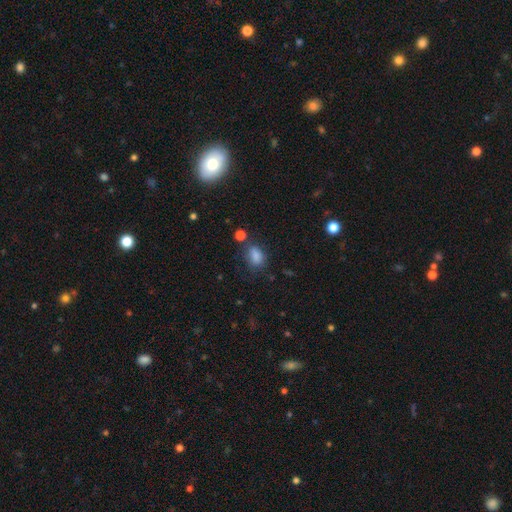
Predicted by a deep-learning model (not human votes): The model was most divided on "merging": none: 61%, minor disturbance: 22%, major disturbance: 9%, merger: 8%. More confident: smooth or featured — smooth (81%); how rounded — in between (80%).